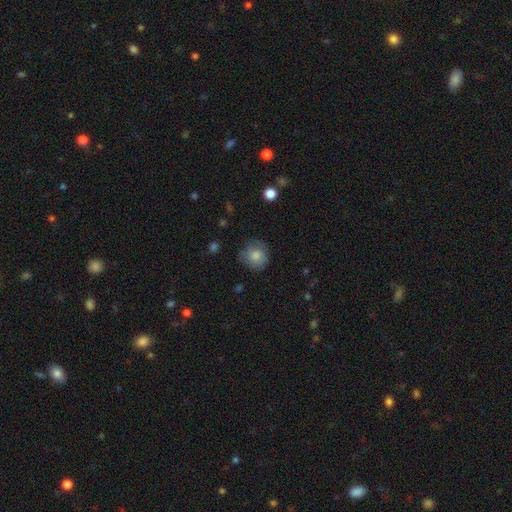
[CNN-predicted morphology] Q: Smooth or featured?
A: smooth (80%); runner-up: featured or disk (12%)
Q: How rounded?
A: round (88%); runner-up: in between (11%)
Q: Merging?
A: none (71%); runner-up: minor disturbance (21%)